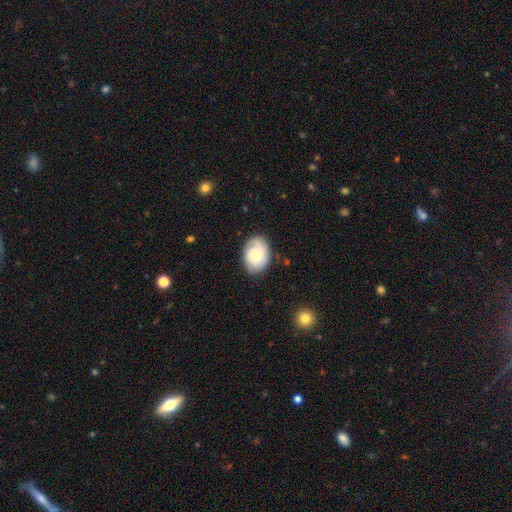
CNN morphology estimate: smooth-or-featured: smooth: 50% | featured or disk: 43% | star or artifact: 7%
  merging: none: 76% | minor disturbance: 18% | major disturbance: 5% | merger: 1%